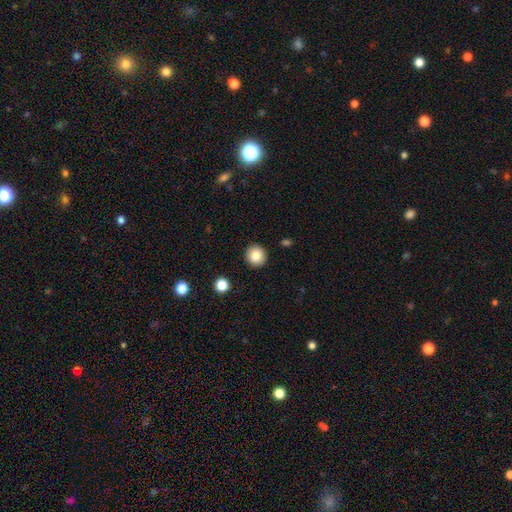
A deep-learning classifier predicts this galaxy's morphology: A smooth galaxy with no disk features (85%) that is round (93%). Merging: none (92%).